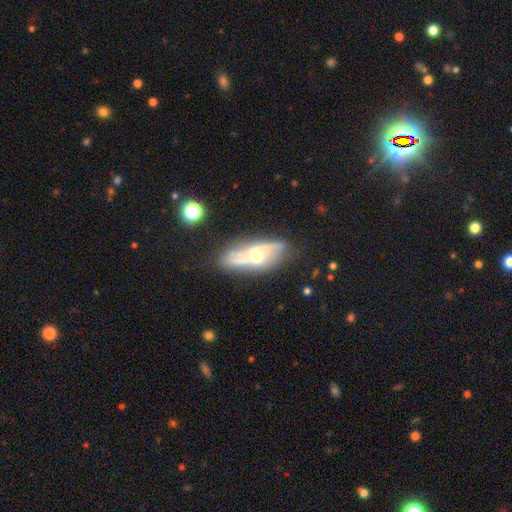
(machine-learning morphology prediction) Smooth or featured? featured or disk (65%)
Edge-on disk? no (76%)
Merging? none (63%)